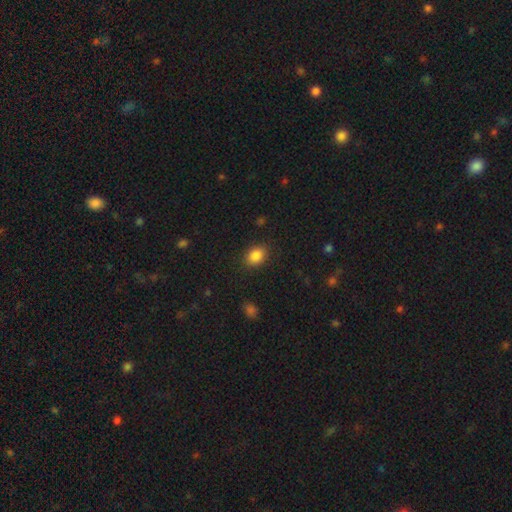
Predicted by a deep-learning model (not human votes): This is clearly a smooth galaxy (87%). How rounded: likely in between (64%). Merging: clearly none (87%).